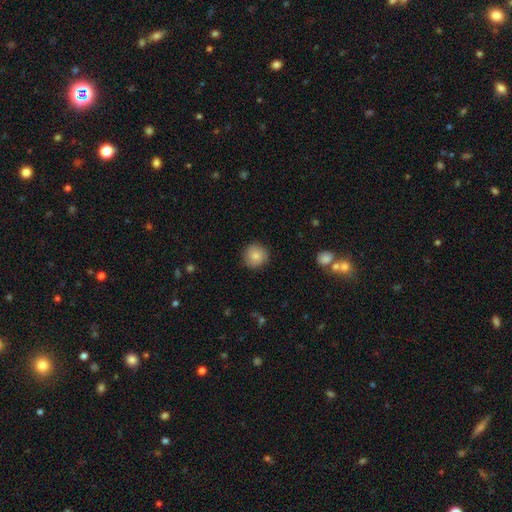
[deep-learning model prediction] smooth 81%, featured or disk 11%, star or artifact 8%. Down the decision tree: how rounded — round (93%); merging — none (86%).